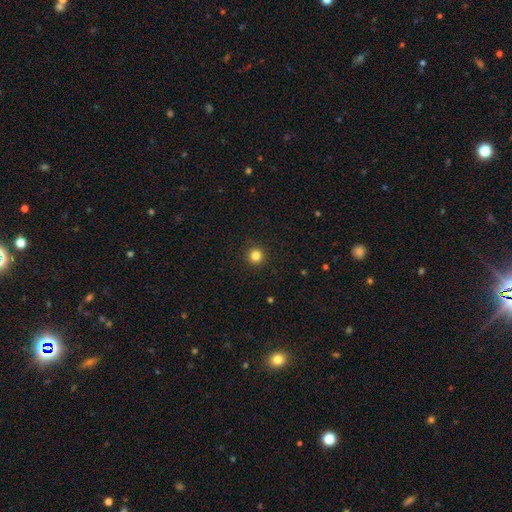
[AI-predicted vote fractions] smooth_or_featured: smooth (p=0.83) [alt: star or artifact p=0.12]
how_rounded: round (p=0.96) [alt: in between p=0.03]
merging: none (p=0.93) [alt: minor disturbance p=0.05]